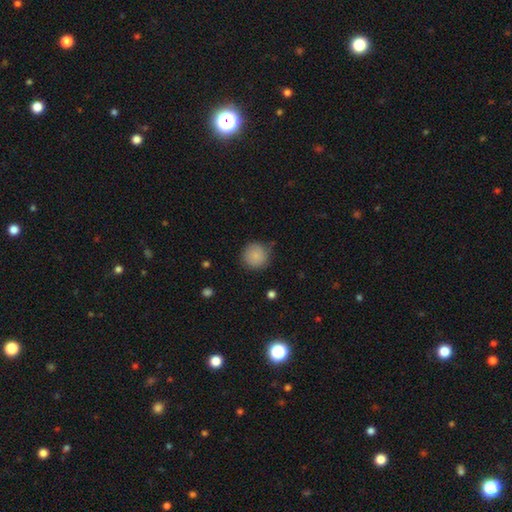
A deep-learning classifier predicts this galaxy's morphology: Smooth or featured? Predicted: smooth (p=0.85). How rounded? Predicted: round (p=0.93). Merging? Predicted: none (p=0.76).